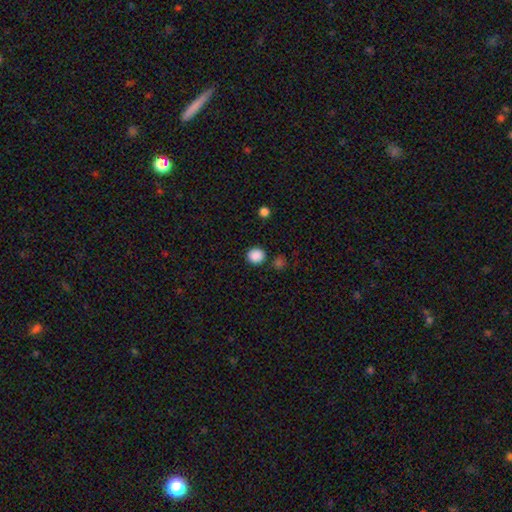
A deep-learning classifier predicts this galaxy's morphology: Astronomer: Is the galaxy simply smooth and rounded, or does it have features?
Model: smooth — 87%.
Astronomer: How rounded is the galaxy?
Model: round — 87%.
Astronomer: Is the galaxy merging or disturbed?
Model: none — 87%.